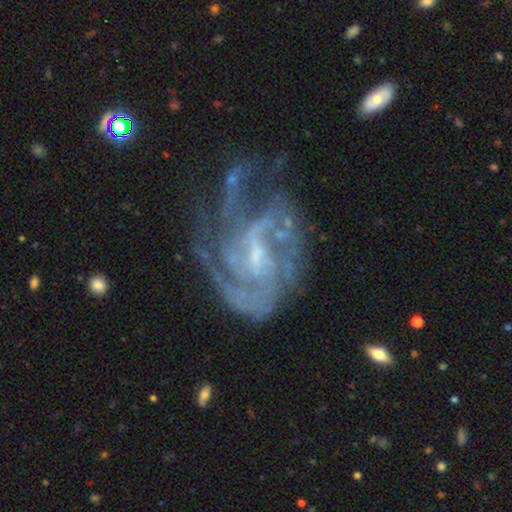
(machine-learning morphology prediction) Smooth or featured? Predicted: featured or disk (p=0.87). Edge-on disk? Predicted: no (p=0.98). Bar? Predicted: weak (p=0.54). Spiral arms? Predicted: yes (p=0.93). Spiral winding? Predicted: tight (p=0.45). Spiral arm count? Predicted: can't tell (p=0.29). Bulge size? Predicted: small (p=0.58). Merging? Predicted: none (p=0.44).